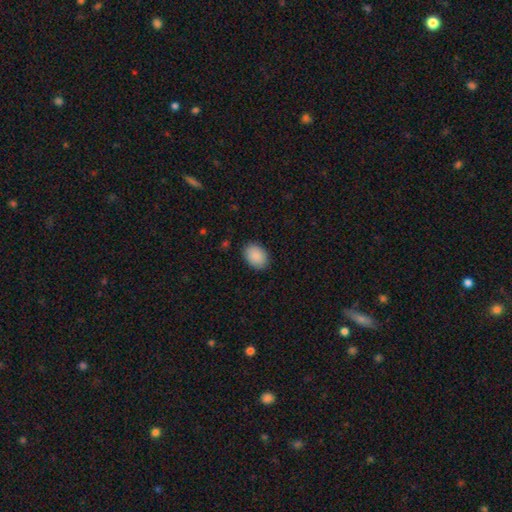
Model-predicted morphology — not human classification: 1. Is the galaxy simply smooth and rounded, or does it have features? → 90% smooth, 7% star or artifact, 3% featured or disk.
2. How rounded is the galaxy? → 79% in between, 20% round, 1% cigar-shaped.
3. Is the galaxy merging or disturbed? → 88% none, 9% minor disturbance, 2% major disturbance, 1% merger.